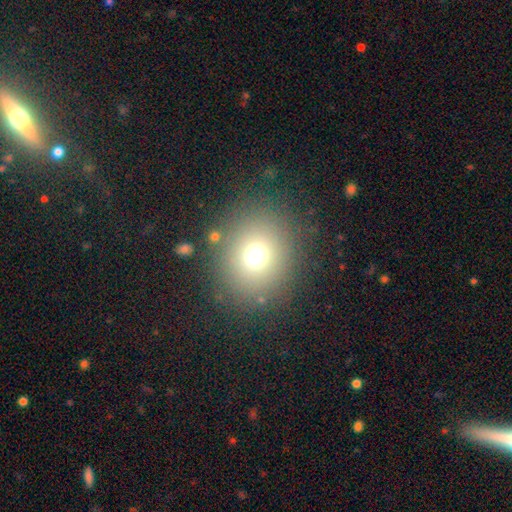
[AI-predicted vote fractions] Overall: smooth (69%). How rounded: round (82%). Merging: none (84%).